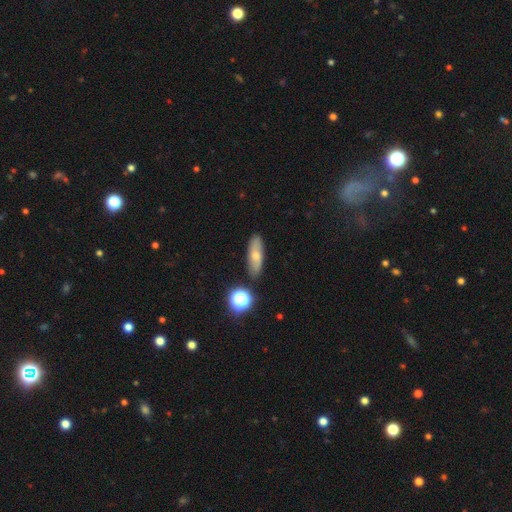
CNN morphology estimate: Smooth or featured?
  - smooth: 64% *
  - featured or disk: 26%
  - star or artifact: 10%
How rounded?
  - in between: 57% *
  - cigar-shaped: 36%
  - round: 6%
Merging?
  - none: 83% *
  - minor disturbance: 11%
  - merger: 3%
  - major disturbance: 3%